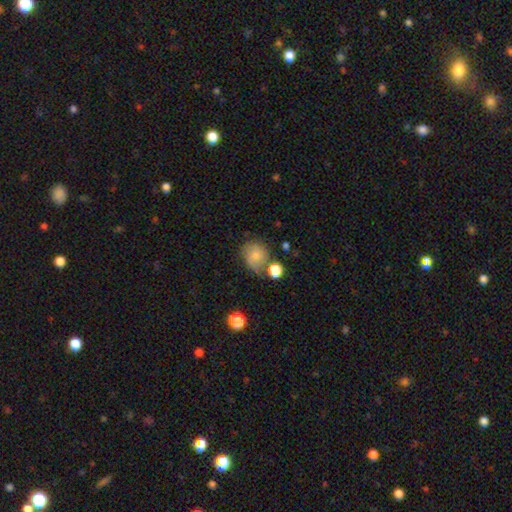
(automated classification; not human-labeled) smooth_or_featured: smooth (p=0.73) [alt: featured or disk p=0.17]
how_rounded: round (p=0.74) [alt: in between p=0.25]
merging: none (p=0.55) [alt: minor disturbance p=0.24]